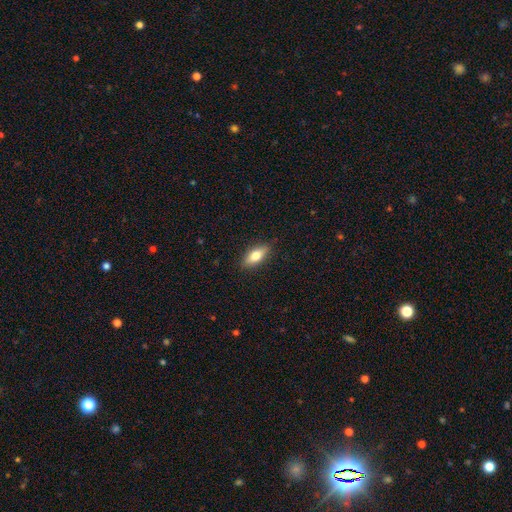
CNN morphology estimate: smooth_or_featured: smooth (p=0.73) [alt: featured or disk p=0.20]
how_rounded: in between (p=0.78) [alt: cigar-shaped p=0.18]
merging: none (p=0.86) [alt: minor disturbance p=0.11]